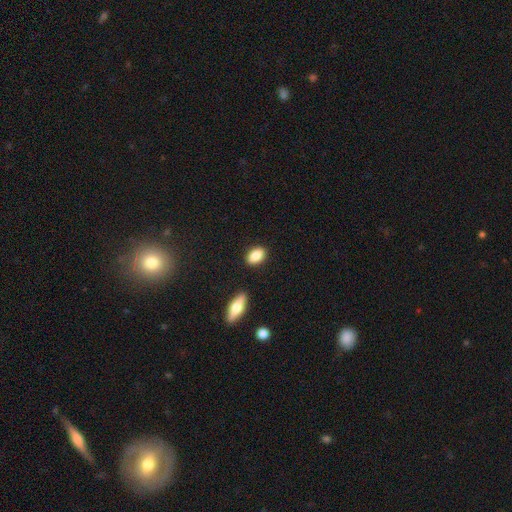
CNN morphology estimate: type=smooth (85%); roundness=in between (83%); merging=none (87%).